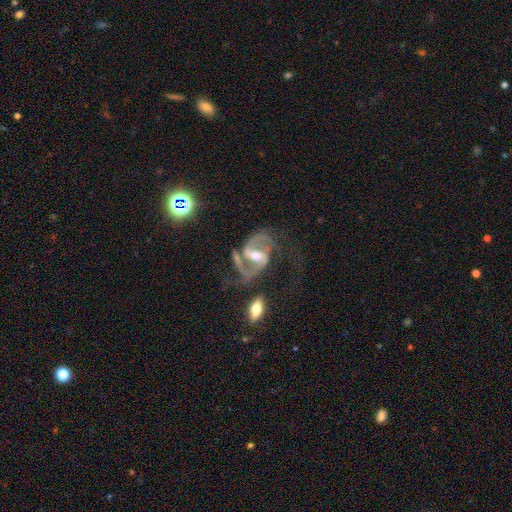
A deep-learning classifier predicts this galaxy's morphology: Smooth or featured: featured or disk — 91% (star or artifact — 5%)
Edge-on disk: no — 97% (yes — 3%)
Bar: strong — 46% (weak — 40%)
Spiral arms: yes — 97% (no — 3%)
Spiral winding: medium — 57% (loose — 28%)
Spiral arm count: 2 — 90% (can't tell — 3%)
Bulge size: moderate — 66% (small — 27%)
Merging: none — 47% (major disturbance — 23%)